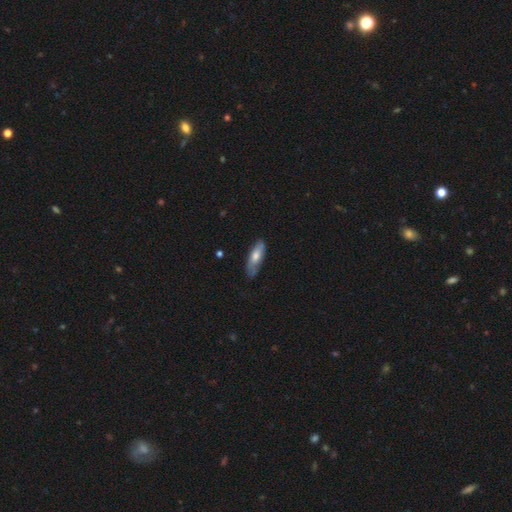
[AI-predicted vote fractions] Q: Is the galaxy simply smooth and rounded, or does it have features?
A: smooth — 61%.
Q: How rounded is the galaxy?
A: in between — 56%.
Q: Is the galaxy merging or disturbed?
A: none — 74%.